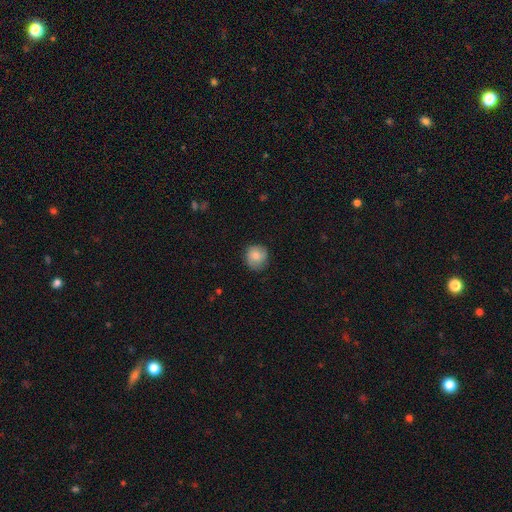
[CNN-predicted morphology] This is likely a smooth galaxy (75%). How rounded: clearly round (88%). Merging: likely none (80%).